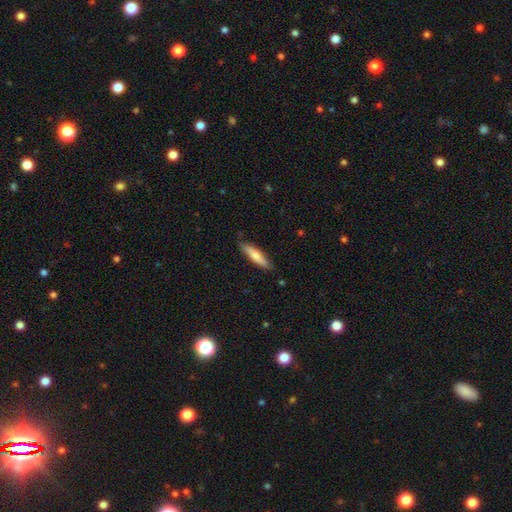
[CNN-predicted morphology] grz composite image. It shows a smooth galaxy with no disk features (65%) that is cigar-shaped (80%). Merging: none (85%).